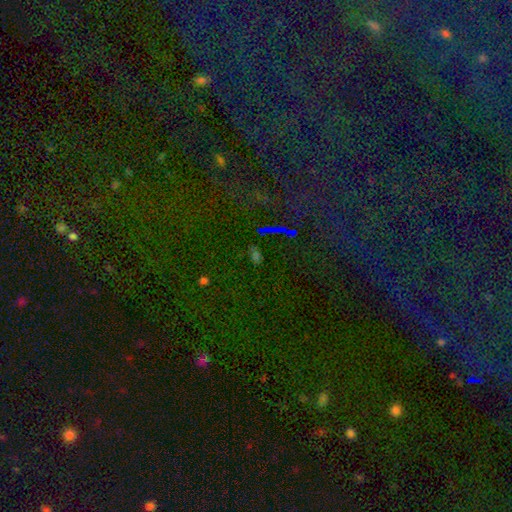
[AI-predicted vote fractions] Q: Smooth or featured?
A: star or artifact (67%); runner-up: smooth (21%)